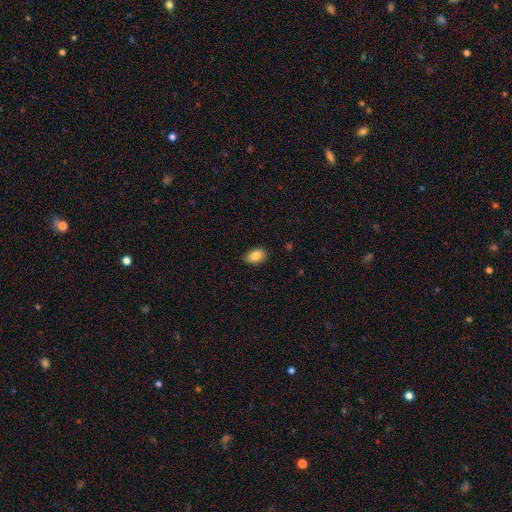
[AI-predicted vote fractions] smooth 84%, star or artifact 8%, featured or disk 8%. Down the decision tree: how rounded — in between (87%); merging — none (82%).